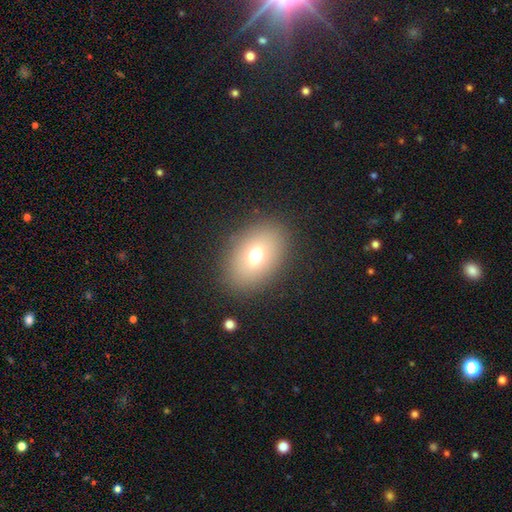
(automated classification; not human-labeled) Q: Smooth or featured?
A: smooth (70%); runner-up: featured or disk (17%)
Q: How rounded?
A: in between (77%); runner-up: round (22%)
Q: Merging?
A: none (86%); runner-up: minor disturbance (8%)